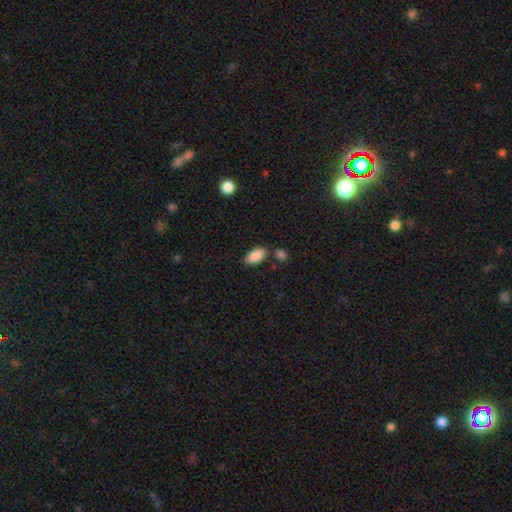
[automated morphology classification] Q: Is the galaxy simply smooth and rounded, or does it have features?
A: smooth — 89%.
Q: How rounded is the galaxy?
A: in between — 94%.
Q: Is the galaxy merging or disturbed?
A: none — 75%.